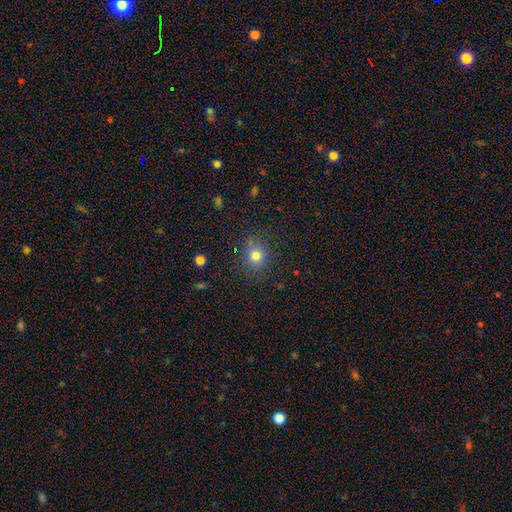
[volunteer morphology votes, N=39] Volunteers were most divided on "how rounded": round: 70%, in between: 30%, cigar-shaped: 0%. More confident: merging — none (89%); smooth or featured — smooth (85%).